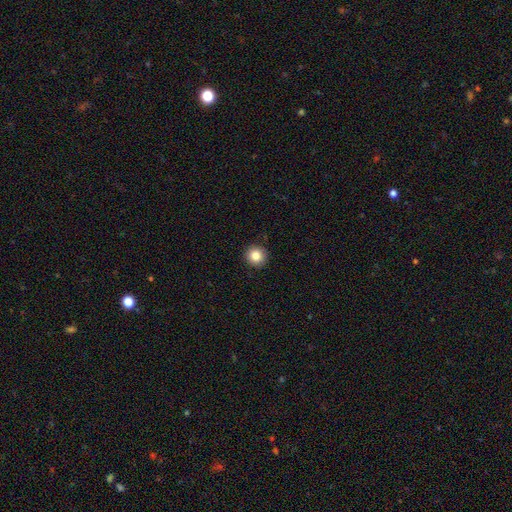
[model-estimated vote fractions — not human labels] Smooth or featured? Predicted: smooth (p=0.84). How rounded? Predicted: round (p=0.93). Merging? Predicted: none (p=0.92).